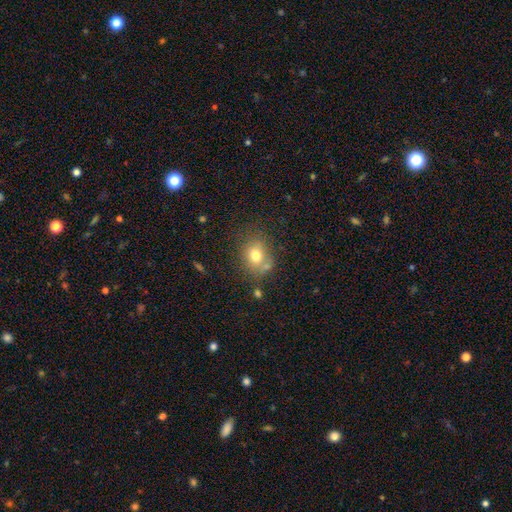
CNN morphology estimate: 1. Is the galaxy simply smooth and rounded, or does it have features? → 75% smooth, 13% featured or disk, 12% star or artifact.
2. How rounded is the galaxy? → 57% round, 42% in between, 1% cigar-shaped.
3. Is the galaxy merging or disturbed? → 62% none, 18% minor disturbance, 13% merger, 7% major disturbance.